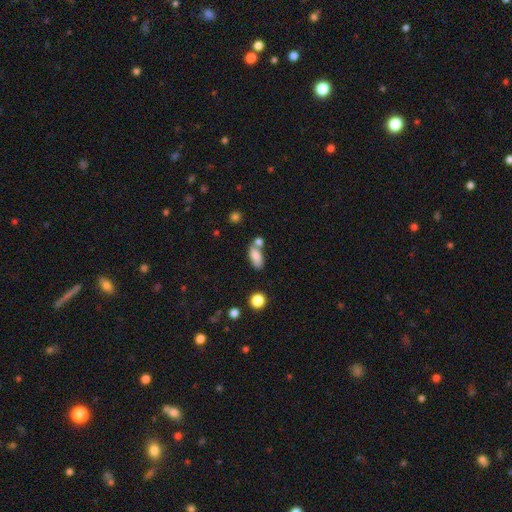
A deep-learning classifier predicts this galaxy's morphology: This appears to be a smooth galaxy with no disk features (81%) that is in between round and cigar-shaped (86%). Merging: none (49%).